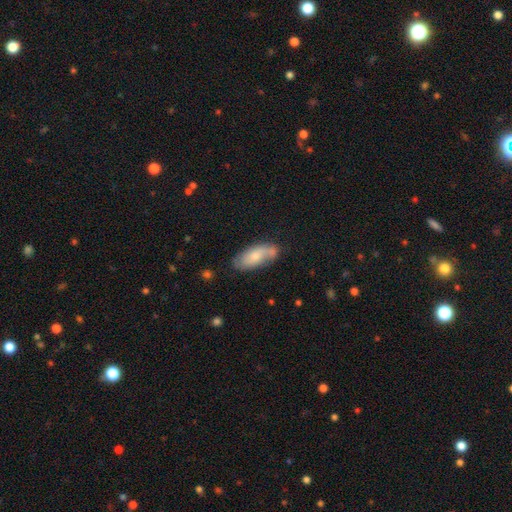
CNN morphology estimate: Smooth or featured?
  - smooth: 59% *
  - featured or disk: 34%
  - star or artifact: 6%
How rounded?
  - in between: 84% *
  - cigar-shaped: 14%
  - round: 2%
Merging?
  - none: 62% *
  - minor disturbance: 25%
  - major disturbance: 7%
  - merger: 6%